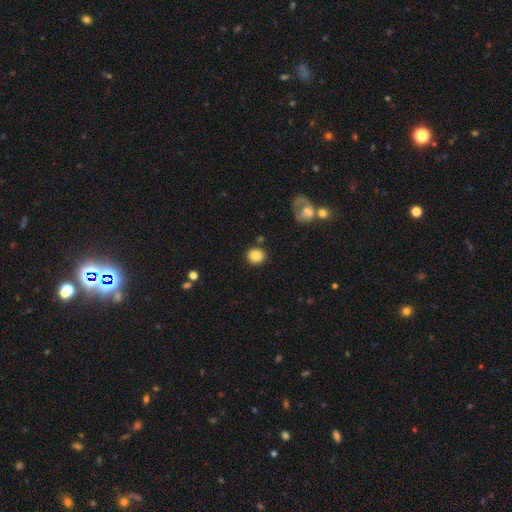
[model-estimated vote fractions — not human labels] Smooth or featured?
  - smooth: 85% *
  - star or artifact: 9%
  - featured or disk: 6%
How rounded?
  - round: 84% *
  - in between: 15%
  - cigar-shaped: 1%
Merging?
  - none: 86% *
  - minor disturbance: 7%
  - merger: 4%
  - major disturbance: 2%